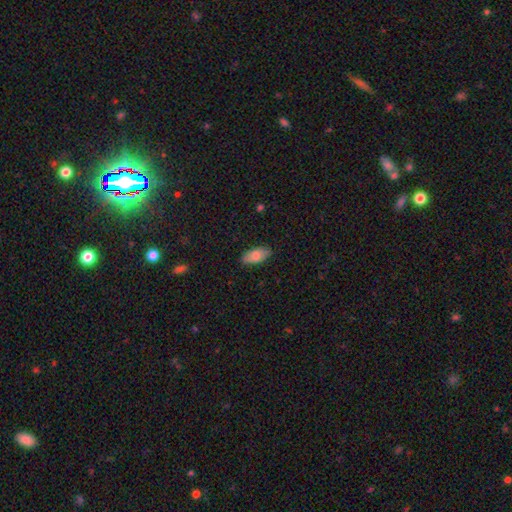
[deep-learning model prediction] smooth 82%, featured or disk 12%, star or artifact 6%. Down the decision tree: how rounded — in between (89%); merging — none (85%).